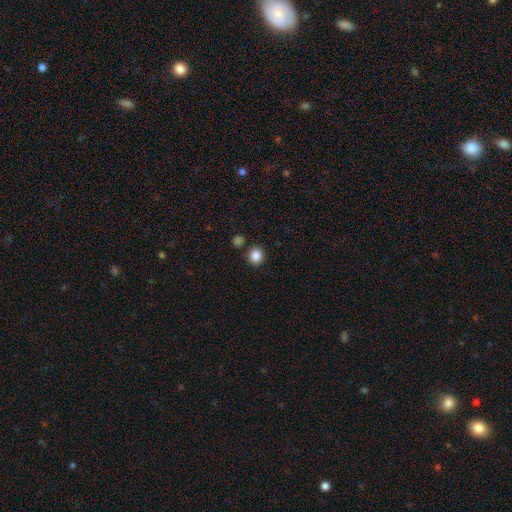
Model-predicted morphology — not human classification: Smooth or featured?
  - smooth: 85% *
  - star or artifact: 10%
  - featured or disk: 5%
How rounded?
  - round: 89% *
  - in between: 10%
  - cigar-shaped: 1%
Merging?
  - none: 87% *
  - minor disturbance: 6%
  - merger: 5%
  - major disturbance: 2%